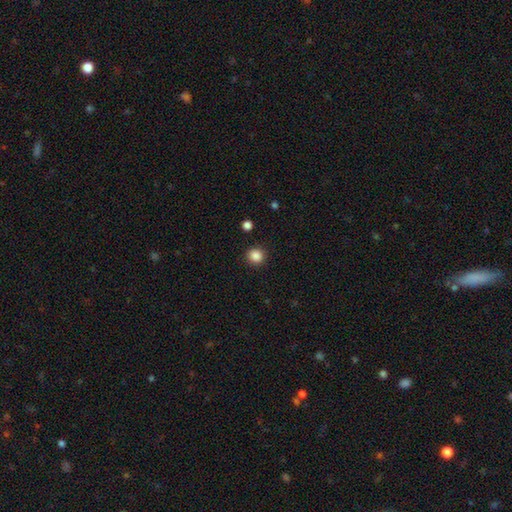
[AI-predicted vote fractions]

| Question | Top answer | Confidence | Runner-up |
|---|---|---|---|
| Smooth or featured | smooth | 86% | star or artifact (11%) |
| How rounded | round | 91% | in between (8%) |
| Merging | none | 91% | minor disturbance (5%) |